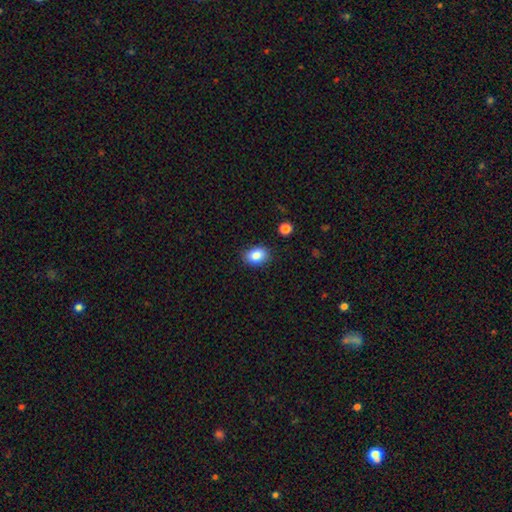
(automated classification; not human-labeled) Smooth or featured? Predicted: smooth (p=0.86). How rounded? Predicted: in between (p=0.73). Merging? Predicted: none (p=0.85).